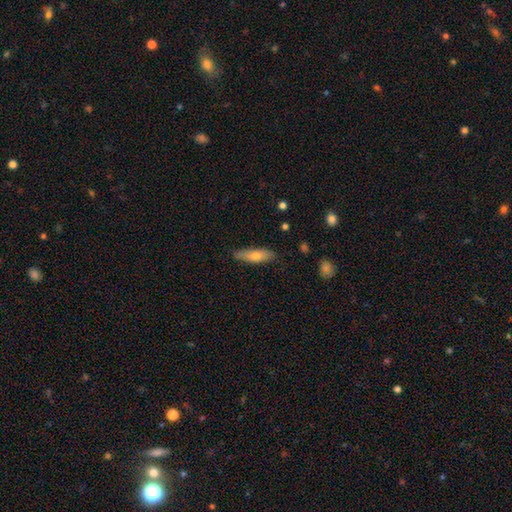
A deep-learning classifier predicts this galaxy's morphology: Smooth or featured?
  - smooth: 67% *
  - featured or disk: 26%
  - star or artifact: 6%
How rounded?
  - cigar-shaped: 56% *
  - in between: 42%
  - round: 2%
Merging?
  - none: 81% *
  - minor disturbance: 16%
  - major disturbance: 2%
  - merger: 1%